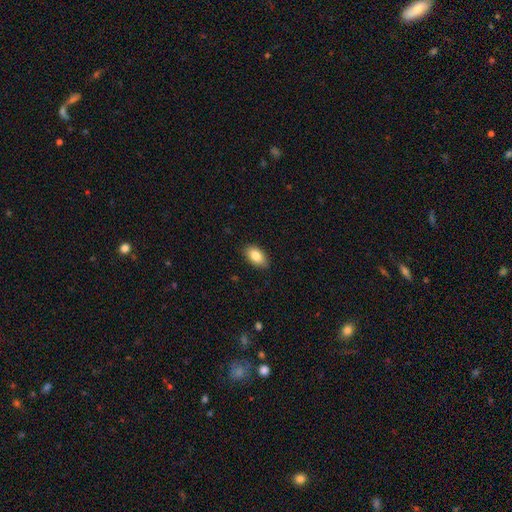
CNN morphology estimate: smooth-or-featured: smooth: 85% | featured or disk: 8% | star or artifact: 7%
  how-rounded: in between: 92% | round: 6% | cigar-shaped: 2%
  merging: none: 86% | minor disturbance: 11% | major disturbance: 2% | merger: 1%